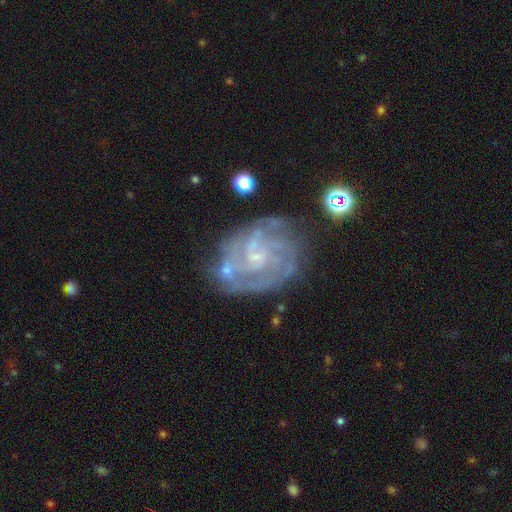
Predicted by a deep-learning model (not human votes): A featured or disk galaxy (84%) with no bar (59%), tight (59%) spiral arms (94%) and a small central bulge (75%).

Vote fractions:
- Smooth or featured? featured or disk: 84% / smooth: 8% / star or artifact: 8%
- Edge-on disk? no: 98% / yes: 2%
- Bar? no: 59% / weak: 35% / strong: 7%
- Spiral arms? yes: 94% / no: 6%
- Spiral winding? tight: 59% / medium: 34% / loose: 8%
- Spiral arm count? can't tell: 27% / 3: 24% / 4: 20% / 2: 15% / more than 4: 7% / 1: 6%
- Bulge size? small: 75% / moderate: 12% / none: 12% / large: 1% / dominant: 1%
- Merging? none: 66% / minor disturbance: 19% / major disturbance: 10% / merger: 5%